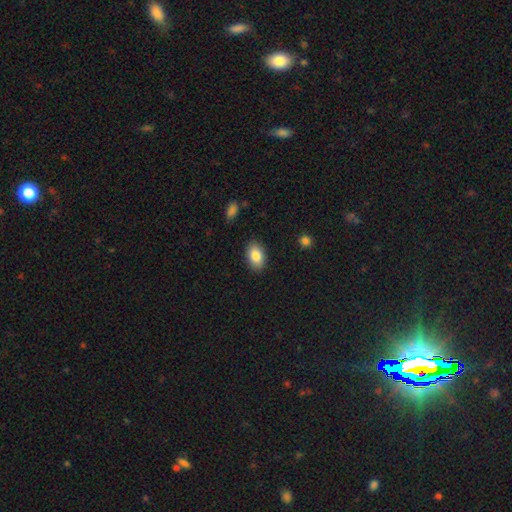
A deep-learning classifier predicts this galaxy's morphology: Smooth or featured? Predicted: smooth (p=0.85). How rounded? Predicted: in between (p=0.91). Merging? Predicted: none (p=0.88).